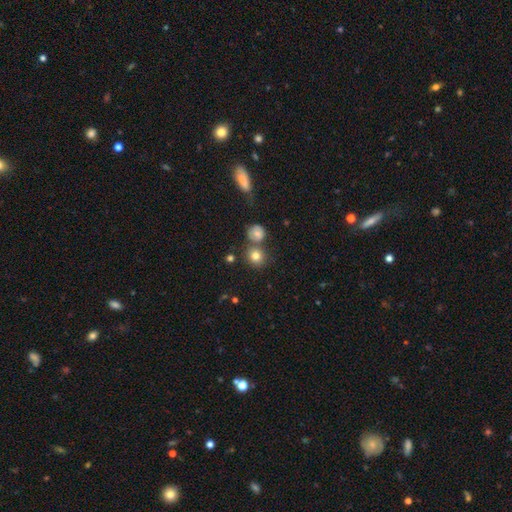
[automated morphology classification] A smooth galaxy with no disk features (78%) that is round (86%). Merging: none (67%).